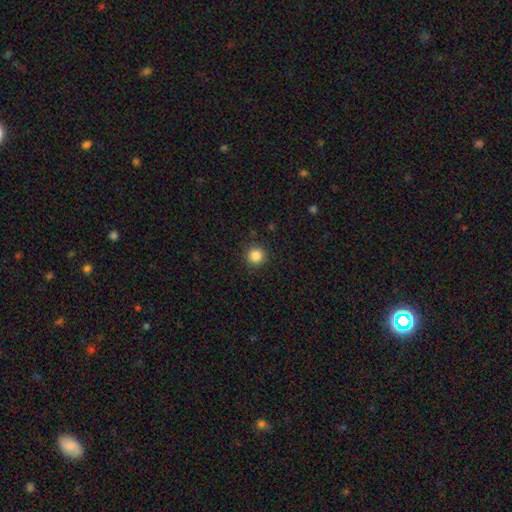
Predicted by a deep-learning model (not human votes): Smooth or featured? smooth (85%)
How rounded? round (95%)
Merging? none (91%)